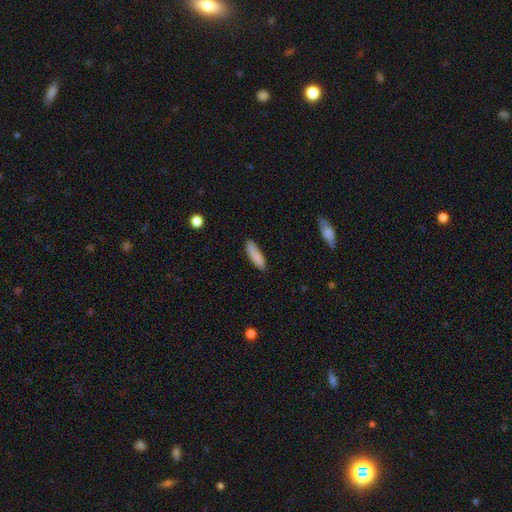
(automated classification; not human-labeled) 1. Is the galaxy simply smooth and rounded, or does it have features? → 87% smooth, 7% star or artifact, 6% featured or disk.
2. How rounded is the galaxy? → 61% cigar-shaped, 37% in between, 1% round.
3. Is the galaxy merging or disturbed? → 81% none, 15% minor disturbance, 3% major disturbance, 2% merger.